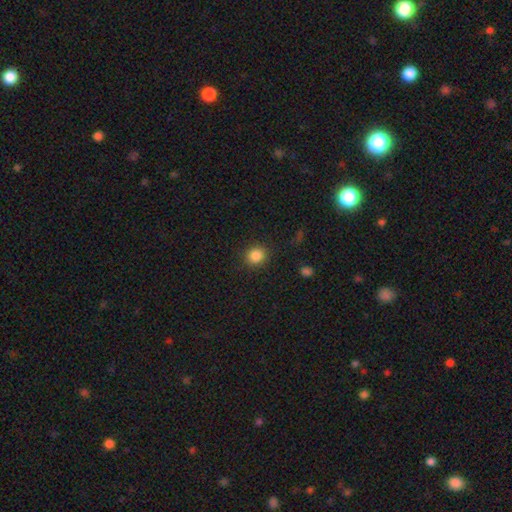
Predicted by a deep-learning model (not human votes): This appears to be a smooth galaxy with no disk features (86%) that is round (84%). Merging: none (89%).